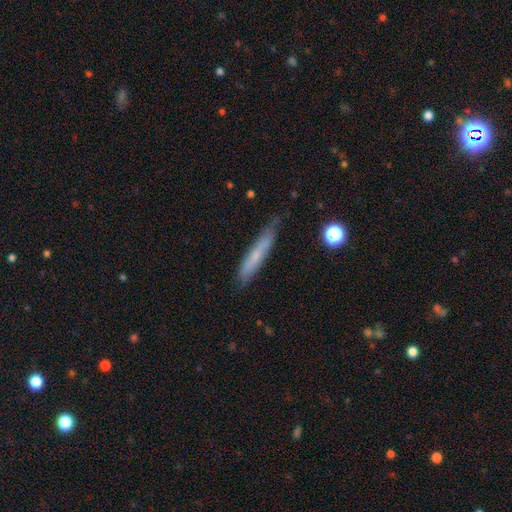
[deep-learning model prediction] smooth_or_featured: smooth (p=0.60) [alt: featured or disk p=0.32]
how_rounded: cigar-shaped (p=0.92) [alt: in between p=0.06]
merging: none (p=0.73) [alt: minor disturbance p=0.21]